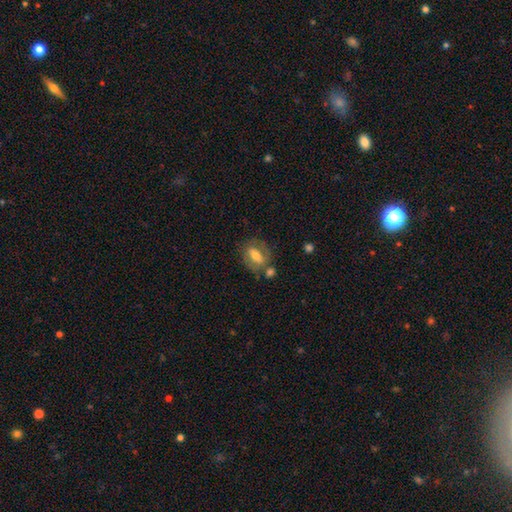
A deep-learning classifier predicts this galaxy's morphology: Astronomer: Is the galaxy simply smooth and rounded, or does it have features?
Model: smooth — 54% (runner-up: featured or disk, 38%).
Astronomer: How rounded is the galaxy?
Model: in between — 75%.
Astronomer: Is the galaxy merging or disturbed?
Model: none — 56%.